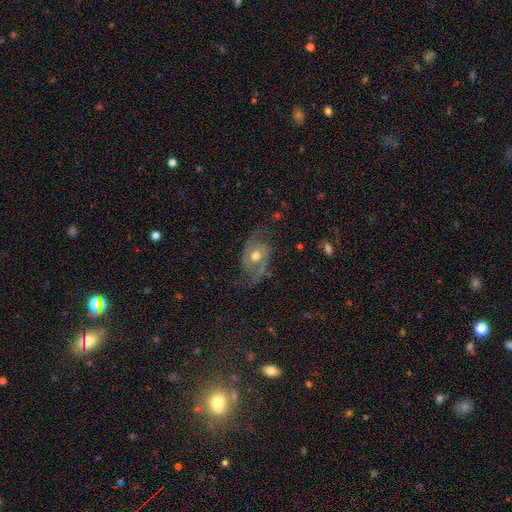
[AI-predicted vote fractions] This appears to be a featured or disk galaxy (82%) with no bar (67%), 2 (88%) medium (49%) spiral arms (93%) and a moderate central bulge (78%). Merging: none (71%).